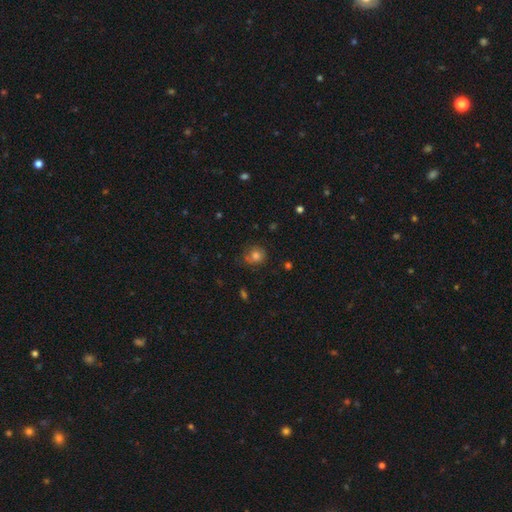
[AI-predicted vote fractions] Smooth or featured? smooth (77%)
How rounded? round (82%)
Merging? none (68%)